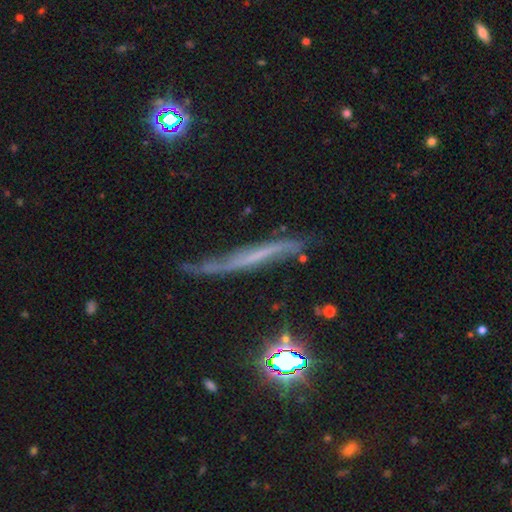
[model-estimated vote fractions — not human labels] Smooth or featured? featured or disk (59%)
Edge-on disk? yes (75%)
Merging? none (58%)